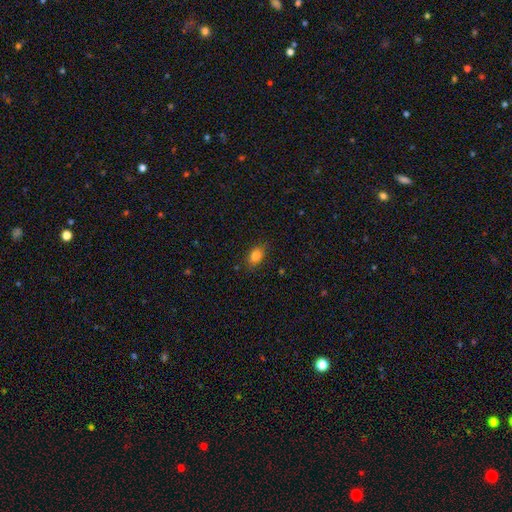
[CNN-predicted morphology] Overall: smooth (84%). How rounded: in between (79%). Merging: none (82%).